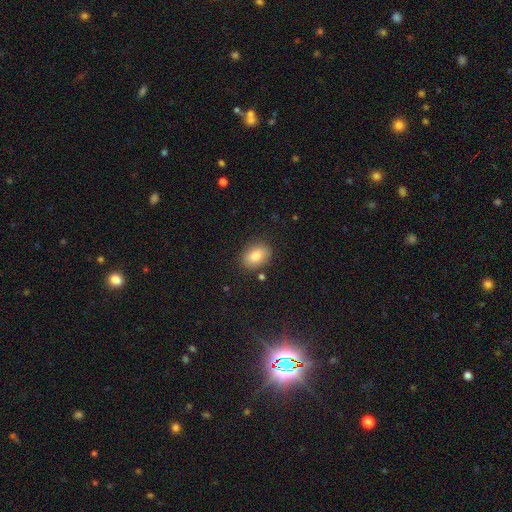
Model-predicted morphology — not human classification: A smooth galaxy with no disk features (84%) that is in between round and cigar-shaped (79%). Merging: none (83%).